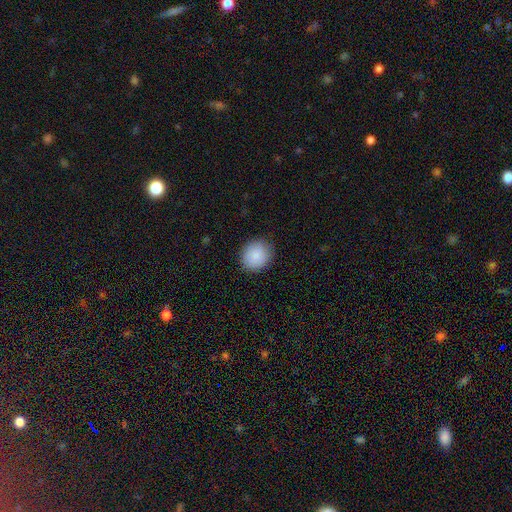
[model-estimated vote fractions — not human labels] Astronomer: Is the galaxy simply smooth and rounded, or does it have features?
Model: smooth — 89%.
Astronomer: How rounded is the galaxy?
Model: round — 75%.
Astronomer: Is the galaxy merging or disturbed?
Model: none — 86%.